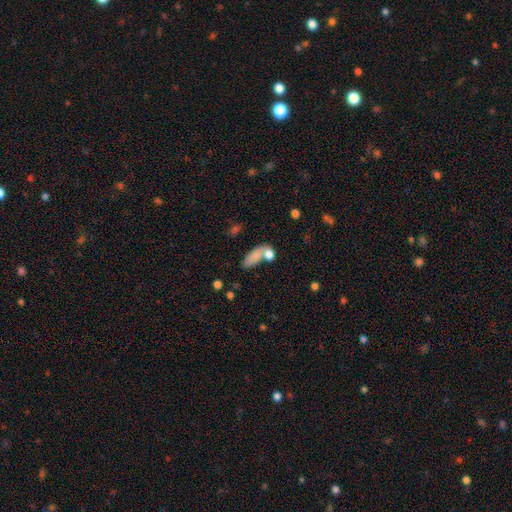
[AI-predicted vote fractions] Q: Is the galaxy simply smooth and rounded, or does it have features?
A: smooth — 79%.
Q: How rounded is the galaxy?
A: in between — 70%.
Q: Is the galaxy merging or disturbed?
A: none — 43%.